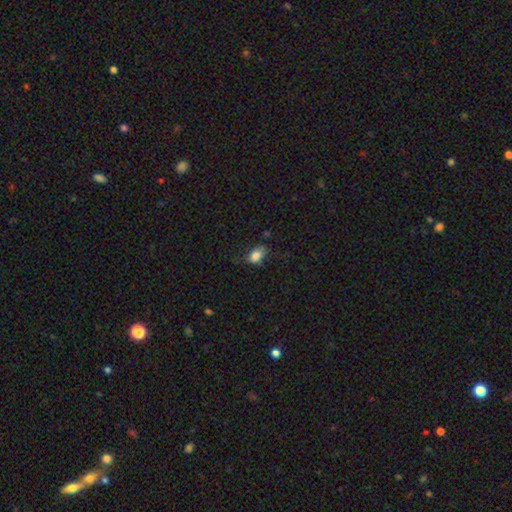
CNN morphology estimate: Smooth or featured: smooth — 84% (star or artifact — 10%)
How rounded: in between — 81% (round — 17%)
Merging: none — 58% (minor disturbance — 30%)